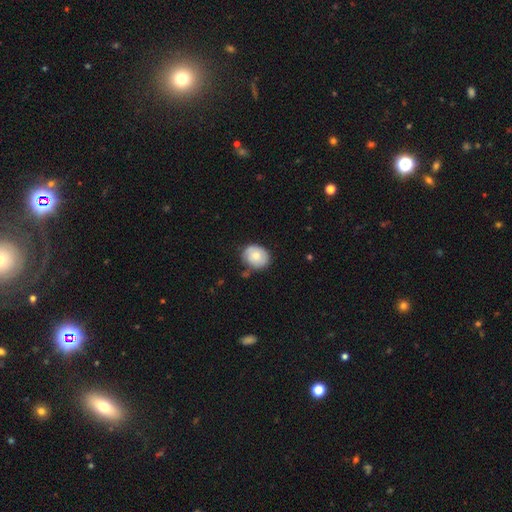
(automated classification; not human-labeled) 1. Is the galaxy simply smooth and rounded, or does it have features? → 72% smooth, 21% featured or disk, 7% star or artifact.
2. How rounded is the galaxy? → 57% round, 42% in between, 1% cigar-shaped.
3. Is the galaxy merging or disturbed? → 70% none, 22% minor disturbance, 4% major disturbance, 4% merger.